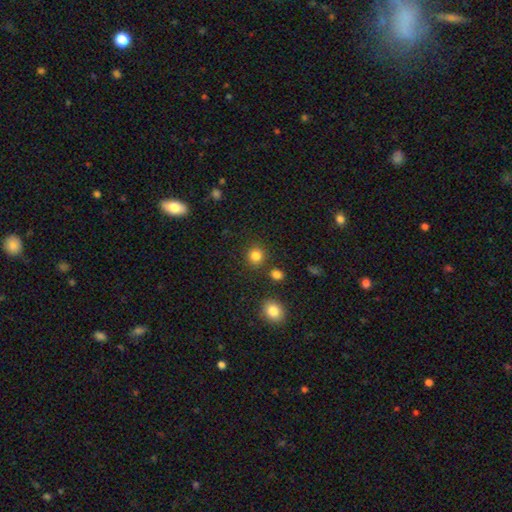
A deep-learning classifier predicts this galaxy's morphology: smooth-or-featured: smooth: 84% | star or artifact: 12% | featured or disk: 4%
  how-rounded: round: 89% | in between: 10% | cigar-shaped: 1%
  merging: none: 85% | minor disturbance: 7% | merger: 5% | major disturbance: 3%